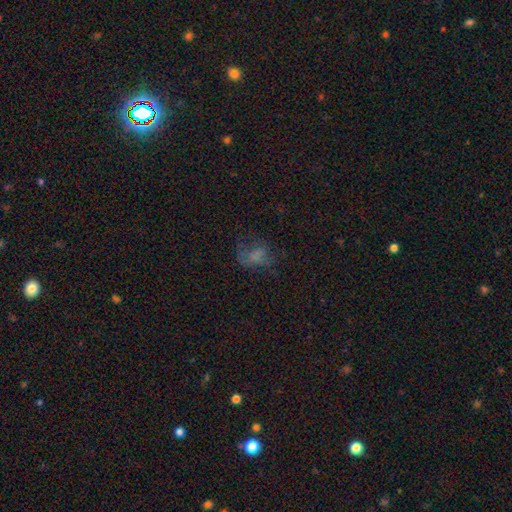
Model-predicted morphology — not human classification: type=smooth (53%); roundness=in between (66%); merging=none (41%).